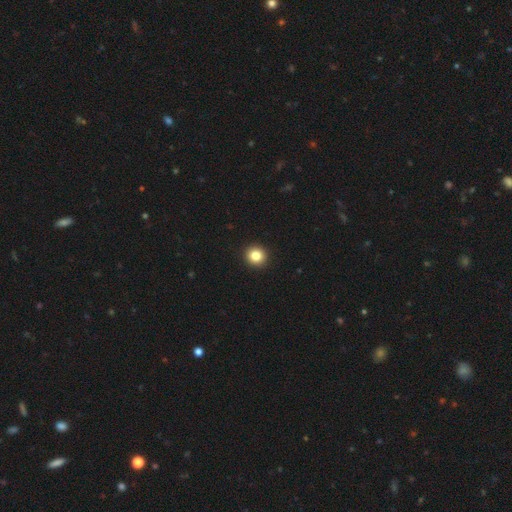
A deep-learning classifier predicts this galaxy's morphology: A smooth galaxy with no disk features (83%) that is round (92%).

Vote fractions:
- Smooth or featured? smooth: 83% / star or artifact: 11% / featured or disk: 6%
- How rounded? round: 92% / in between: 8% / cigar-shaped: 1%
- Merging? none: 94% / minor disturbance: 4% / major disturbance: 1% / merger: 1%